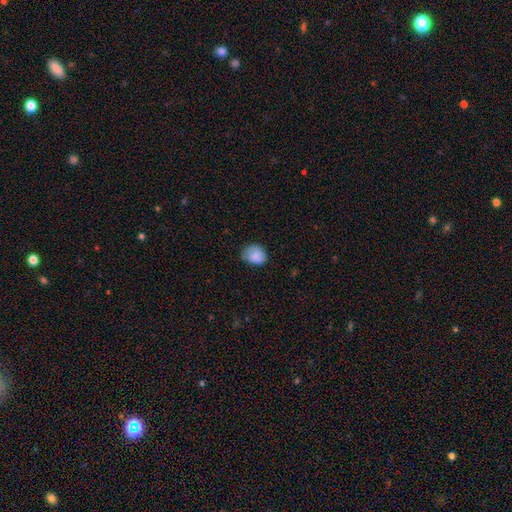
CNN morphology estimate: This is clearly a smooth galaxy (84%). How rounded: possibly round (53%). Merging: likely none (62%).